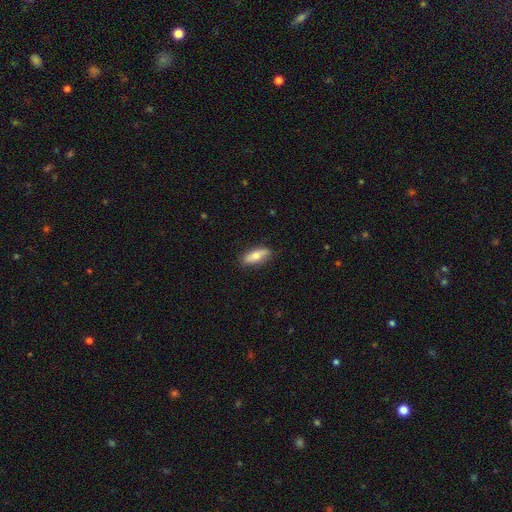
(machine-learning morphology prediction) The model was most divided on "how rounded": in between: 66%, cigar-shaped: 31%, round: 3%. More confident: merging — none (85%); smooth or featured — smooth (70%).